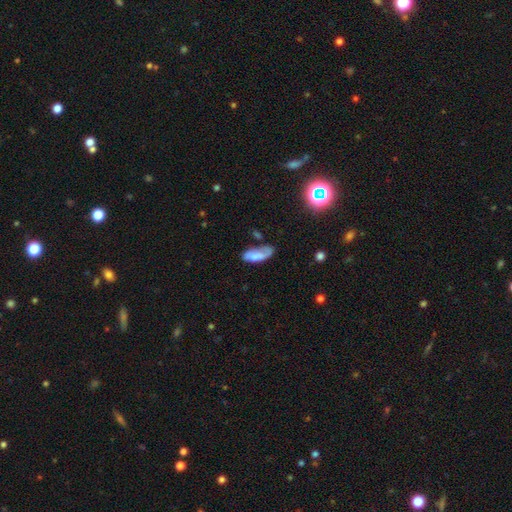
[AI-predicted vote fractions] The model was most divided on "merging": none: 45%, minor disturbance: 30%, major disturbance: 17%, merger: 7%. More confident: how rounded — in between (79%); smooth or featured — smooth (63%).